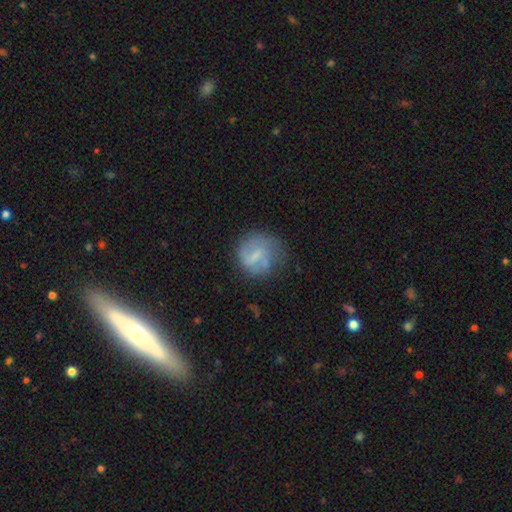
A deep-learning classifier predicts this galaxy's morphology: Smooth or featured?
  - smooth: 48% *
  - featured or disk: 43%
  - star or artifact: 9%
Merging?
  - none: 54% *
  - minor disturbance: 25%
  - major disturbance: 17%
  - merger: 4%